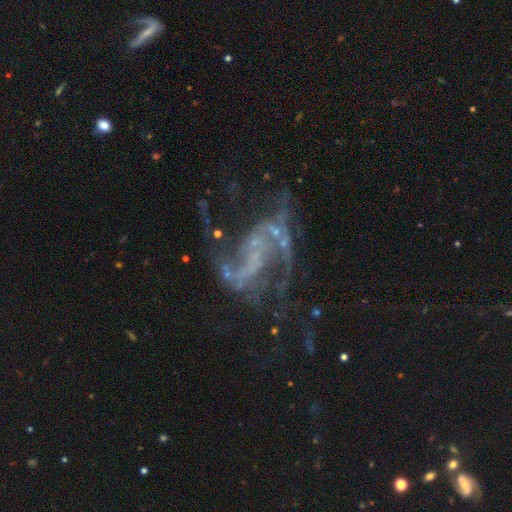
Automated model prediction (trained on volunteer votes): Overall: featured or disk (78%). Edge-on disk: no (97%). Bar: no (46%; weak 31%). Spiral arms: yes (79%). Spiral arm count: 2 (67%). Spiral winding: loose (70%). Bulge size: none (69%). Merging: none (40%; major disturbance 37%).